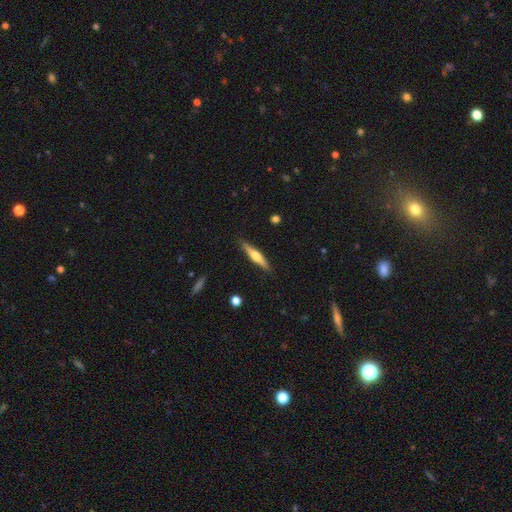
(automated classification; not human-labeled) This is possibly a featured or disk galaxy (53%). It is clearly viewed edge-on (95%). Edge-on bulge: clearly rounded (89%). Merging: clearly none (88%).